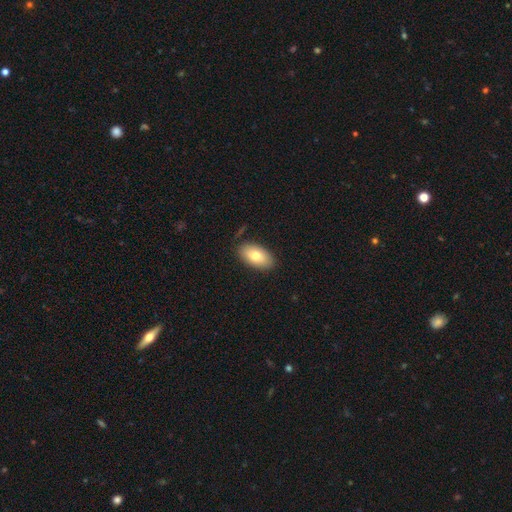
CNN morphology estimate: A smooth galaxy with no disk features (75%) that is in between round and cigar-shaped (93%).

Vote fractions:
- Smooth or featured? smooth: 75% / featured or disk: 18% / star or artifact: 7%
- How rounded? in between: 93% / round: 4% / cigar-shaped: 2%
- Merging? none: 85% / minor disturbance: 11% / major disturbance: 3% / merger: 2%